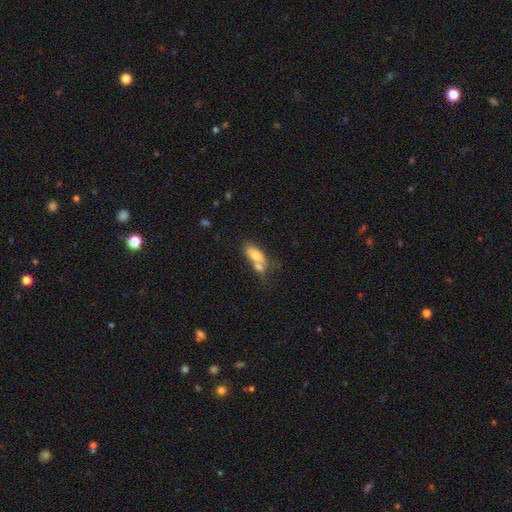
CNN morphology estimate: The model was most divided on "merging": merger: 47%, none: 34%, minor disturbance: 13%, major disturbance: 6%. More confident: how rounded — in between (75%); smooth or featured — smooth (70%).